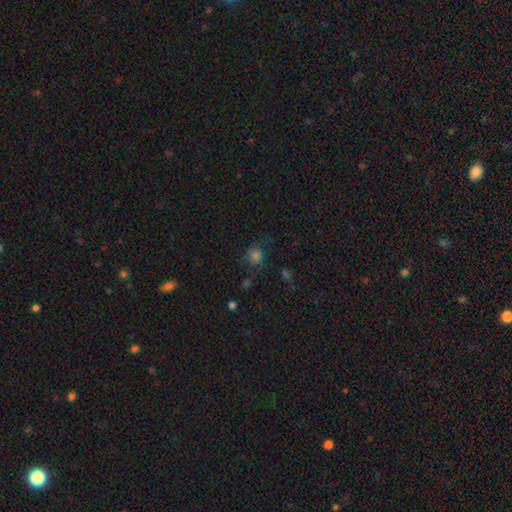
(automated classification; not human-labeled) Smooth or featured? smooth (67%)
How rounded? round (80%)
Merging? none (71%)